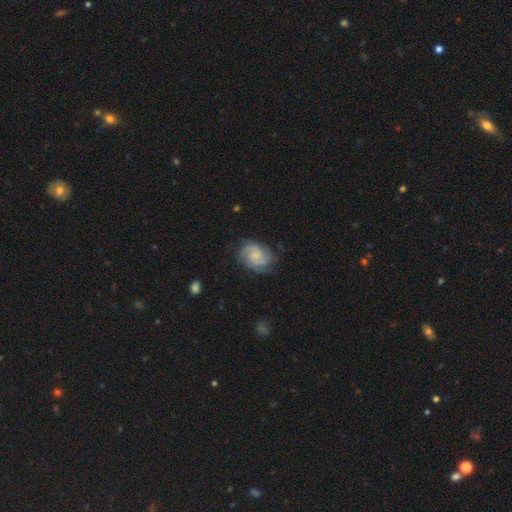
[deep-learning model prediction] featured or disk 81%, smooth 13%, star or artifact 6%. Down the decision tree: edge-on disk — no (98%); bar — no (59%); spiral arms — yes (97%); spiral arm count — 2 (48%); spiral winding — tight (47%); bulge size — small (55%); merging — none (75%).